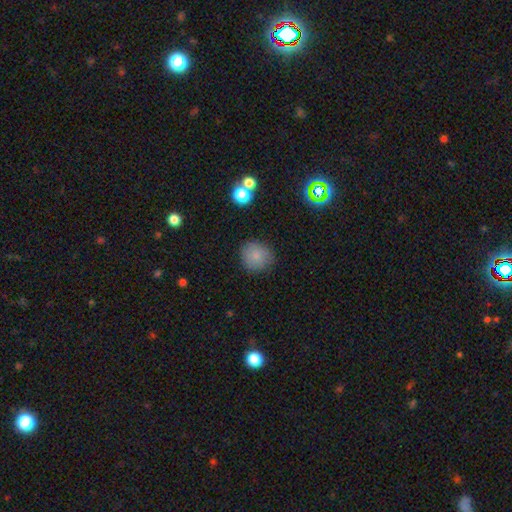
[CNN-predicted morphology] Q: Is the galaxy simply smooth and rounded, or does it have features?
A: smooth — 79%.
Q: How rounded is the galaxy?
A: round — 87%.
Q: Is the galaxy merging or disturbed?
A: none — 81%.